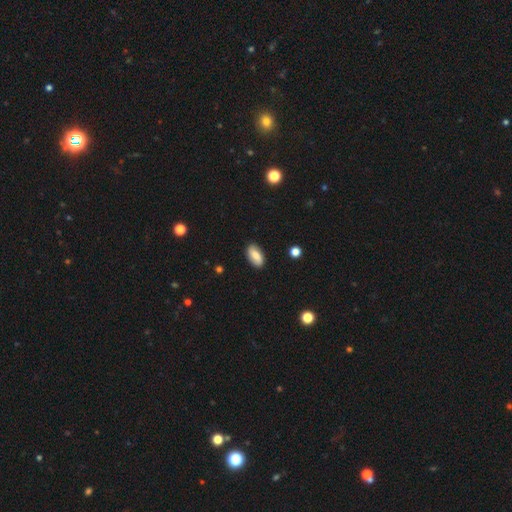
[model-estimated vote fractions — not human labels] This is likely a smooth galaxy (74%). How rounded: clearly in between (92%). Merging: clearly none (86%).